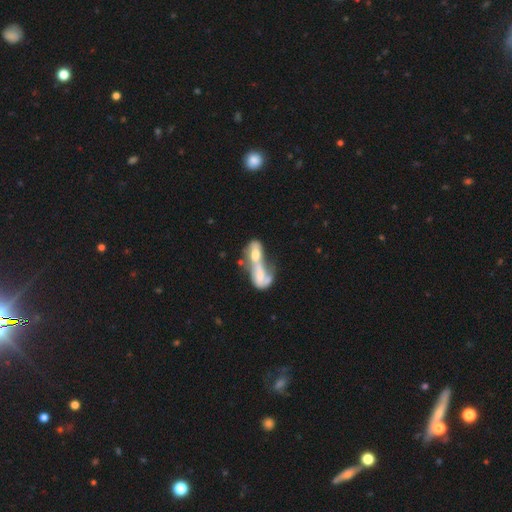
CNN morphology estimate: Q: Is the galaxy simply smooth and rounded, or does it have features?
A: featured or disk — 50%.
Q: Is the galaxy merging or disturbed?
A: merger — 72%.